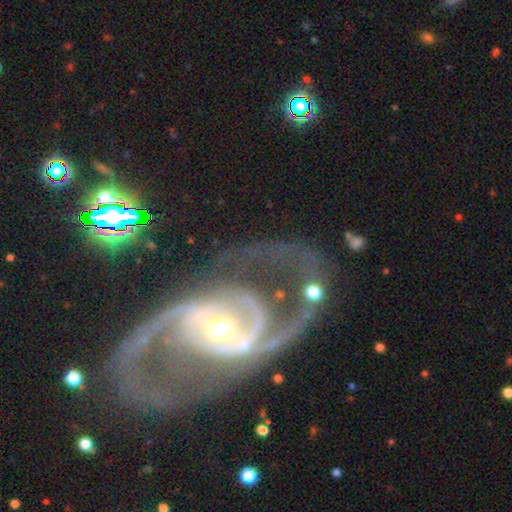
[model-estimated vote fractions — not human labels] Q: Smooth or featured?
A: featured or disk (91%); runner-up: star or artifact (5%)
Q: Edge-on disk?
A: no (97%); runner-up: yes (3%)
Q: Bar?
A: weak (35%); runner-up: strong (33%)
Q: Spiral arms?
A: yes (96%); runner-up: no (4%)
Q: Spiral winding?
A: medium (54%); runner-up: loose (24%)
Q: Spiral arm count?
A: 2 (88%); runner-up: can't tell (4%)
Q: Bulge size?
A: moderate (50%); runner-up: small (43%)
Q: Merging?
A: none (65%); runner-up: major disturbance (16%)